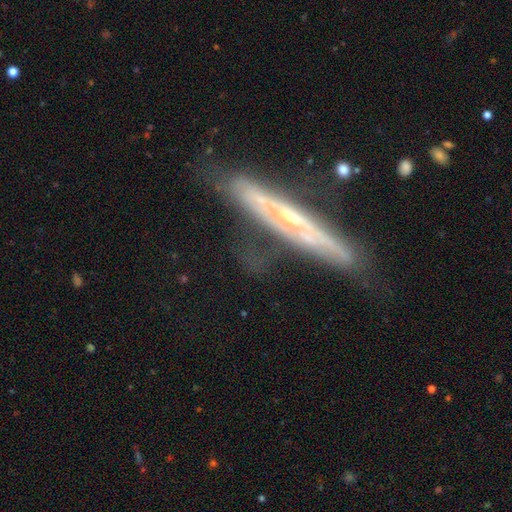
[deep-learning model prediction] This appears to be a featured or disk galaxy (78%) viewed edge-on (73%) with a rounded central bulge (46%). Merging: none (65%).